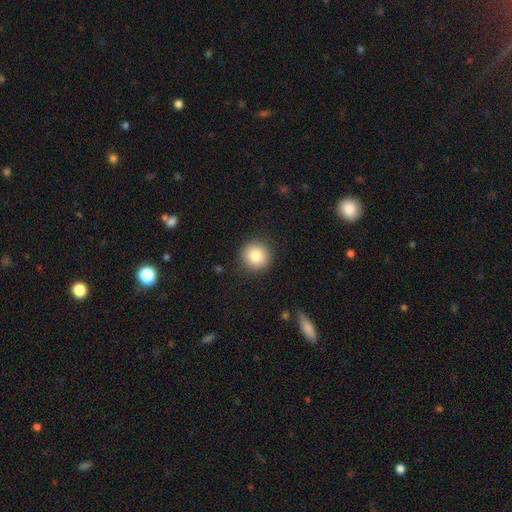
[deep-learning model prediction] A smooth galaxy with no disk features (84%) that is round (94%). Merging: none (91%).